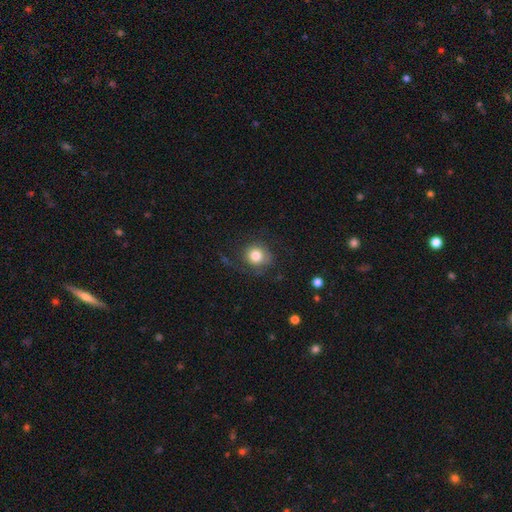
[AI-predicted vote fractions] Overall: smooth (78%). How rounded: round (88%). Merging: none (72%).